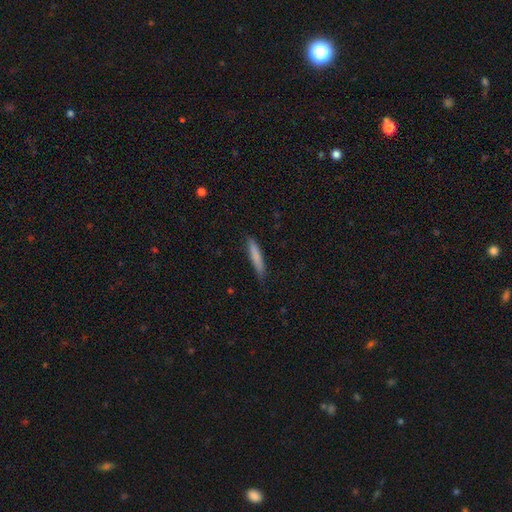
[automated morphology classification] type=smooth (78%); roundness=cigar-shaped (93%); merging=none (82%).